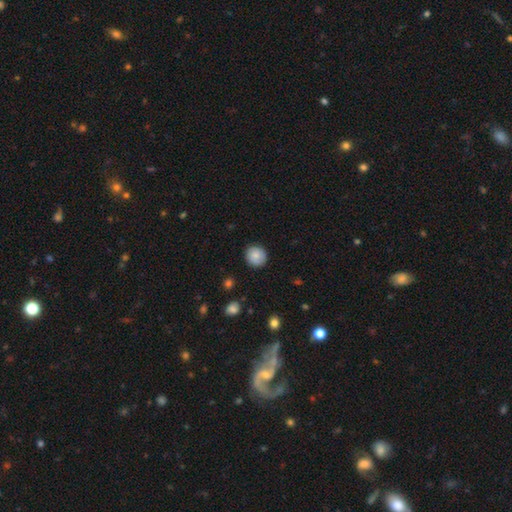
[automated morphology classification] Smooth or featured? smooth (82%)
How rounded? round (90%)
Merging? none (88%)